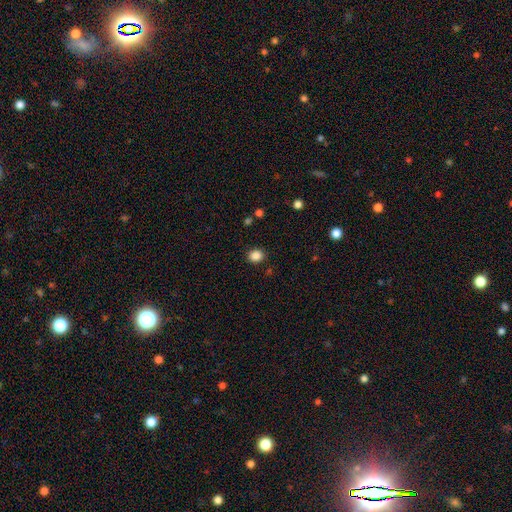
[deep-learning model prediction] smooth-or-featured: smooth: 86% | star or artifact: 11% | featured or disk: 3%
  how-rounded: round: 71% | in between: 28% | cigar-shaped: 1%
  merging: none: 89% | minor disturbance: 7% | major disturbance: 2% | merger: 2%